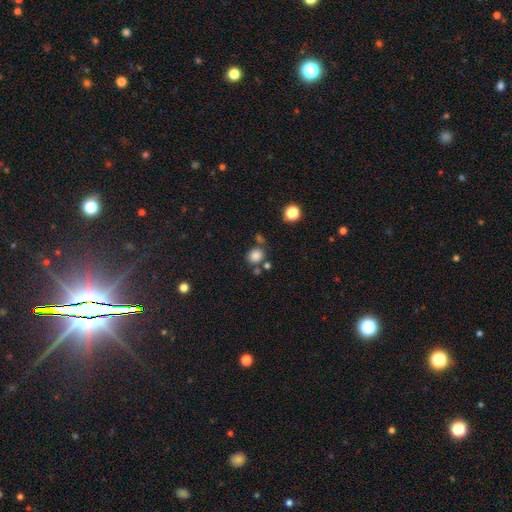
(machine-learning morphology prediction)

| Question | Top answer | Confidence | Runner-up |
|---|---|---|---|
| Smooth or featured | smooth | 82% | star or artifact (13%) |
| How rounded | round | 68% | in between (31%) |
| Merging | none | 68% | merger (15%) |